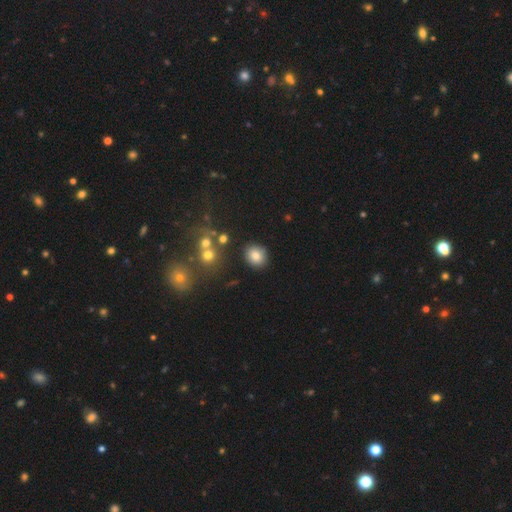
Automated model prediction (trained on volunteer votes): This appears to be a smooth galaxy with no disk features (80%) that is round (67%). Merging: none (85%).